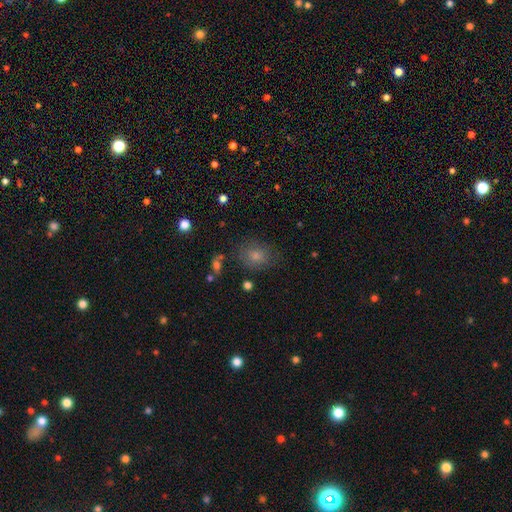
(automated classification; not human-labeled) This is likely a smooth galaxy (62%). How rounded: possibly round (52%). Merging: likely none (78%).